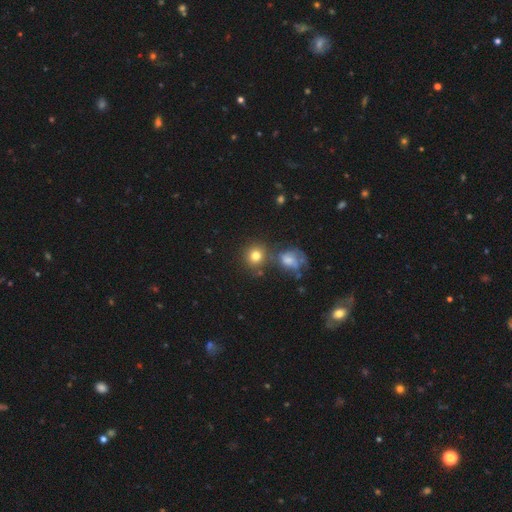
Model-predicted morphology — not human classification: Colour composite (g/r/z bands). It shows a smooth galaxy with no disk features (76%) that is round (87%). Merging: none (67%).